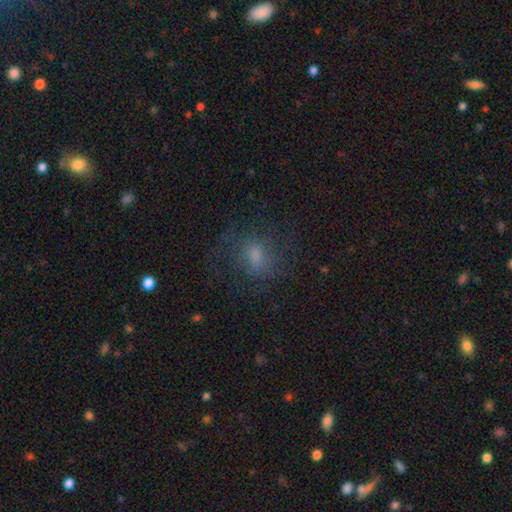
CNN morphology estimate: type=smooth (56%); roundness=round (53%); merging=none (61%).